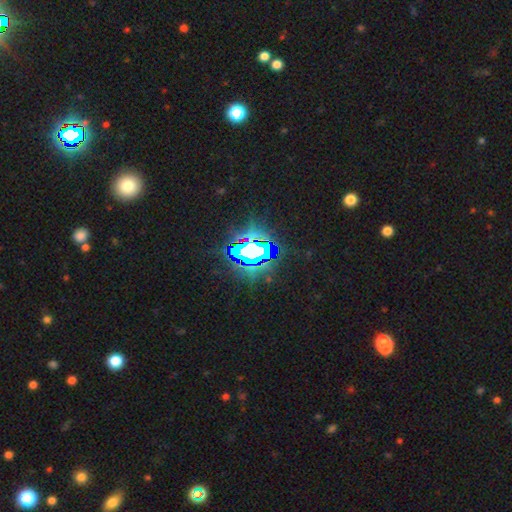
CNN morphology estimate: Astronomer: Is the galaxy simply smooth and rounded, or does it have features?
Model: star or artifact — 72%.